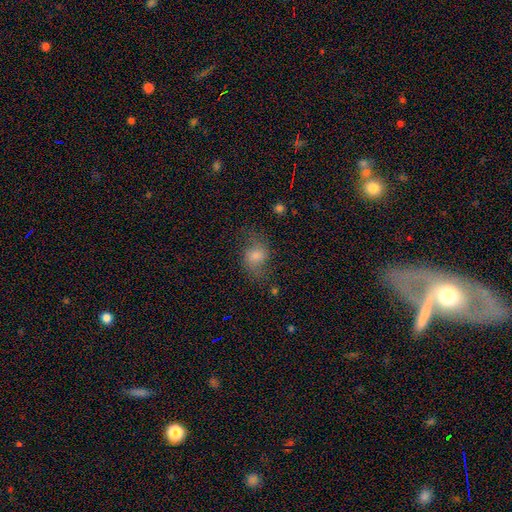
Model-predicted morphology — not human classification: This appears to be a smooth galaxy with no disk features (48%). Merging: none (64%).